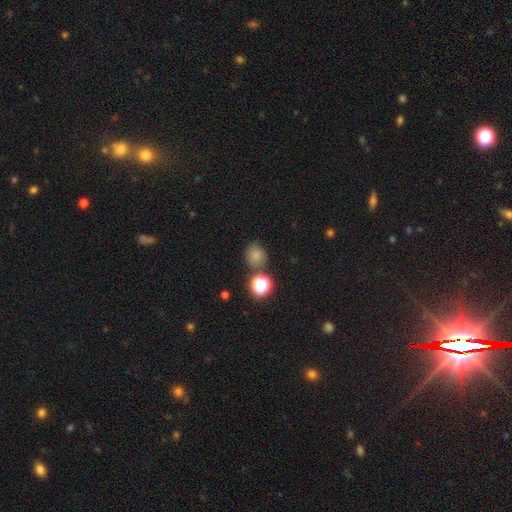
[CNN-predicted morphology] type=smooth (74%); roundness=round (75%); merging=none (65%).